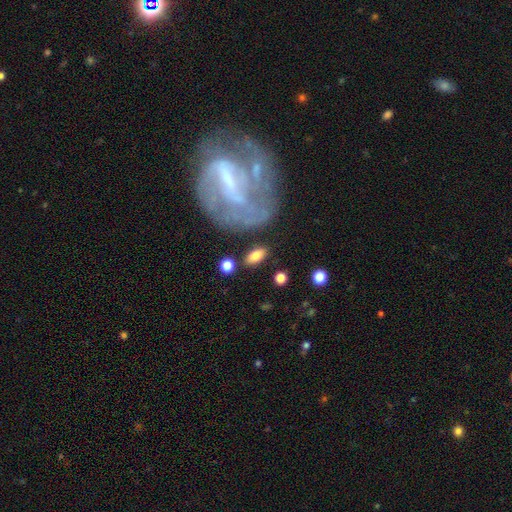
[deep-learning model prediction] Smooth or featured?
  - smooth: 77% *
  - featured or disk: 16%
  - star or artifact: 7%
How rounded?
  - in between: 88% *
  - cigar-shaped: 7%
  - round: 5%
Merging?
  - none: 80% *
  - minor disturbance: 11%
  - merger: 5%
  - major disturbance: 4%